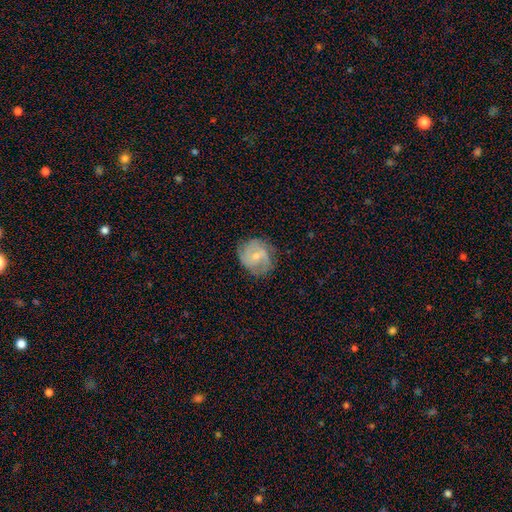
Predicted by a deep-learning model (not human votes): featured or disk 67%, smooth 26%, star or artifact 7%. Down the decision tree: edge-on disk — no (98%); bar — no (47%); spiral arms — yes (90%); spiral arm count — 2 (41%); spiral winding — medium (46%); bulge size — small (65%); merging — none (71%).